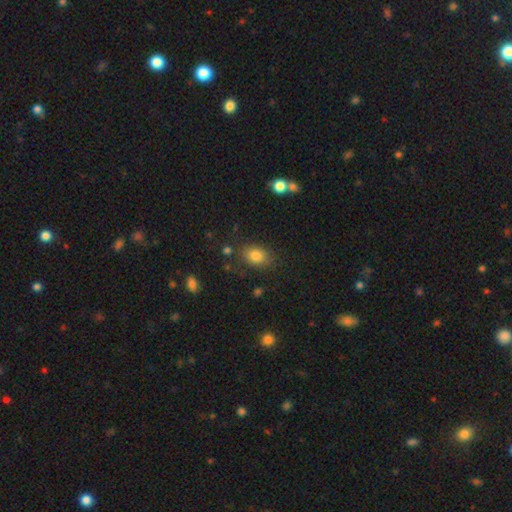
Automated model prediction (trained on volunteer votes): smooth-or-featured: smooth: 82% | star or artifact: 10% | featured or disk: 8%
  how-rounded: in between: 75% | round: 24% | cigar-shaped: 1%
  merging: none: 78% | minor disturbance: 14% | major disturbance: 4% | merger: 3%